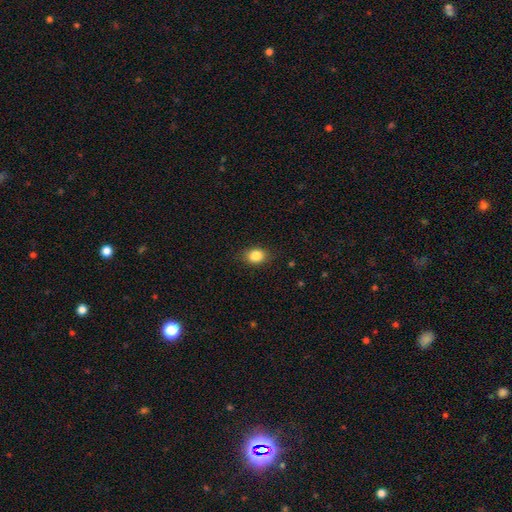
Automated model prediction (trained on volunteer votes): Smooth or featured? smooth (84%)
How rounded? in between (58%)
Merging? none (85%)